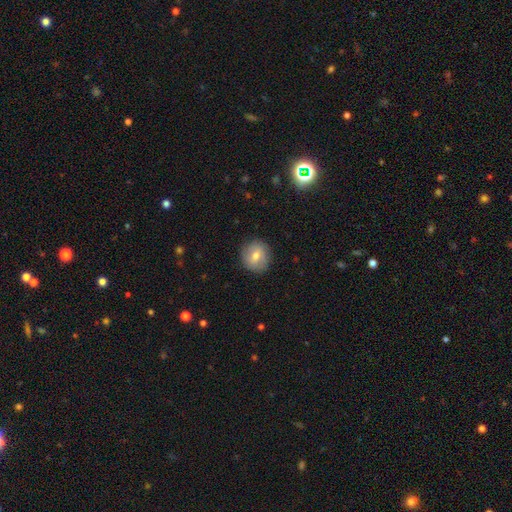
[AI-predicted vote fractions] Overall: smooth (66%). How rounded: round (84%). Merging: none (86%).